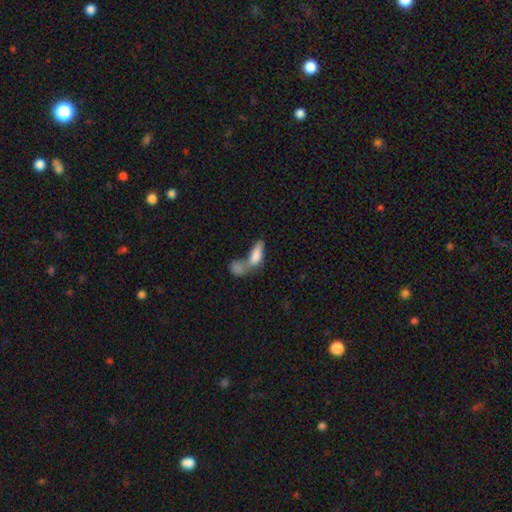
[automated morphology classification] type=smooth (76%); roundness=in between (78%); merging=merger (72%).